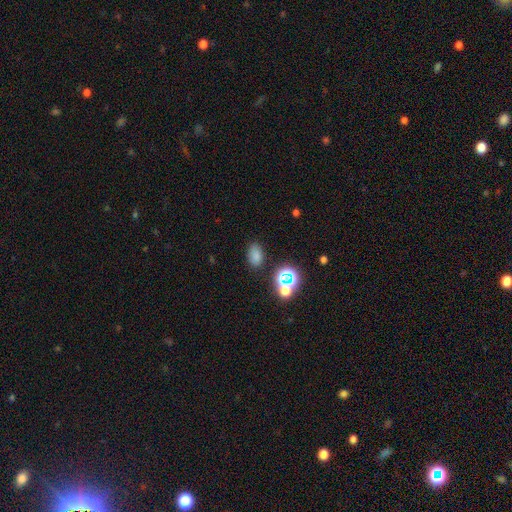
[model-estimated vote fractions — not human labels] smooth-or-featured: smooth: 73% | star or artifact: 20% | featured or disk: 7%
  how-rounded: in between: 84% | round: 15% | cigar-shaped: 1%
  merging: none: 81% | minor disturbance: 11% | merger: 4% | major disturbance: 4%